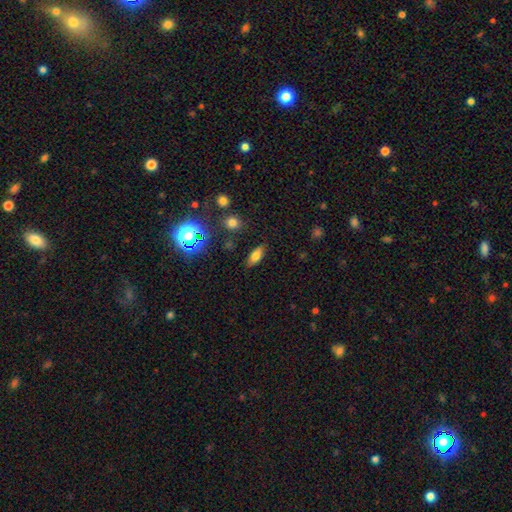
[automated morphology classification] Overall: smooth (72%). How rounded: in between (79%). Merging: none (84%).